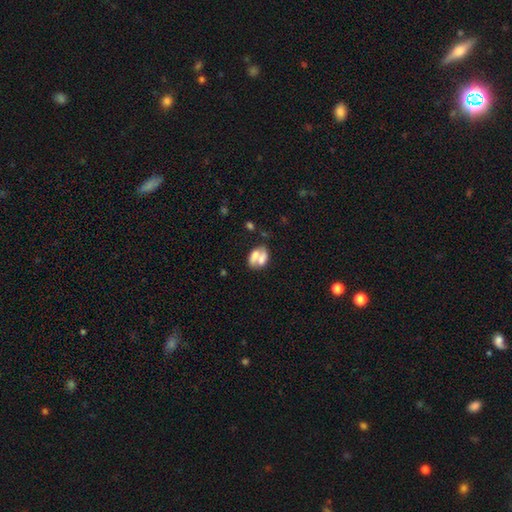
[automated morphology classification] The model was most divided on "smooth or featured": smooth: 50%, featured or disk: 42%, star or artifact: 8%. More confident: merging — merger (59%).